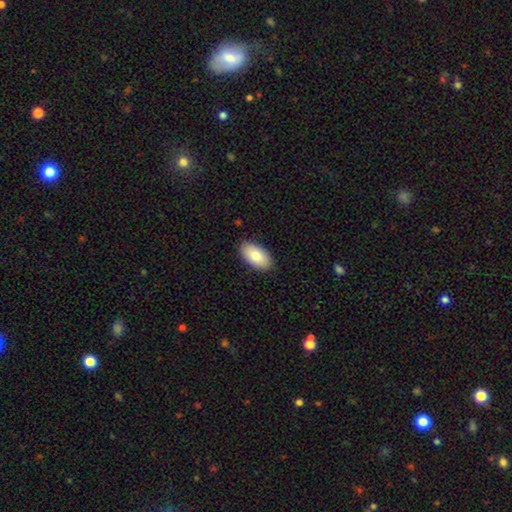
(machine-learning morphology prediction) Smooth or featured? smooth (82%)
How rounded? in between (95%)
Merging? none (88%)